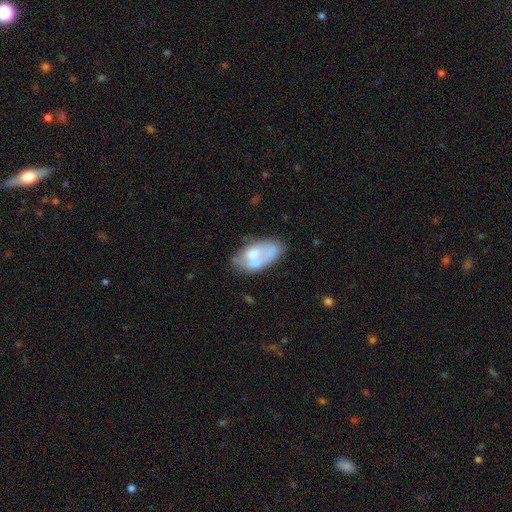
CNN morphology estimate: A smooth galaxy with no disk features (51%) that is in between round and cigar-shaped (91%).

Vote fractions:
- Smooth or featured? smooth: 51% / featured or disk: 42% / star or artifact: 8%
- How rounded? in between: 91% / round: 6% / cigar-shaped: 3%
- Merging? none: 41% / minor disturbance: 27% / major disturbance: 18% / merger: 14%